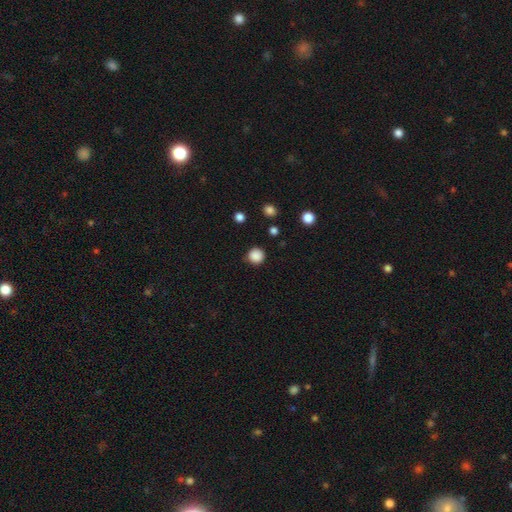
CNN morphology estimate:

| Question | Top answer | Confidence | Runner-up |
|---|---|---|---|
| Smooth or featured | smooth | 87% | star or artifact (11%) |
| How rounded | round | 93% | in between (6%) |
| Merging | none | 88% | minor disturbance (8%) |